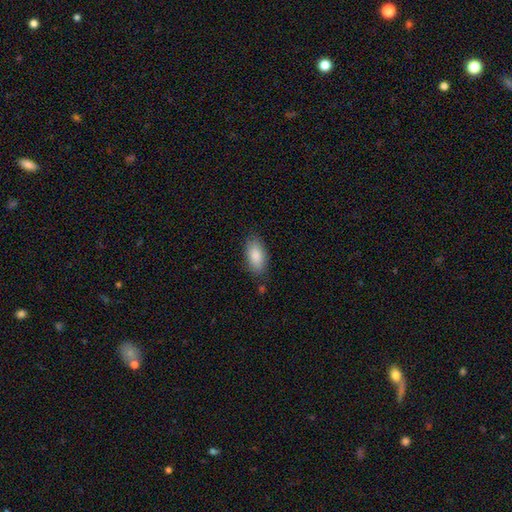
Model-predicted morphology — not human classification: Overall: smooth (86%). How rounded: in between (91%). Merging: none (83%).